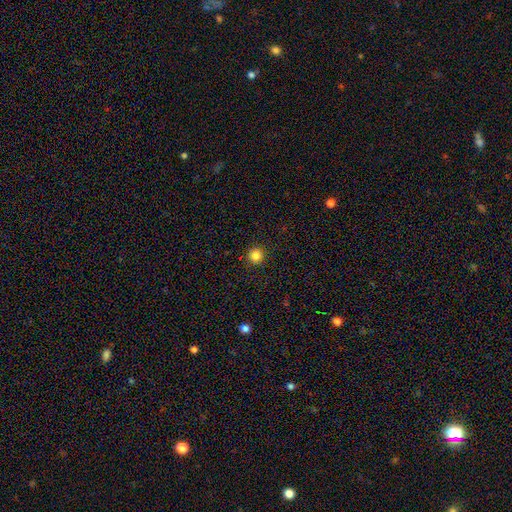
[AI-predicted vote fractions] Overall: smooth (84%). How rounded: round (96%). Merging: none (93%).